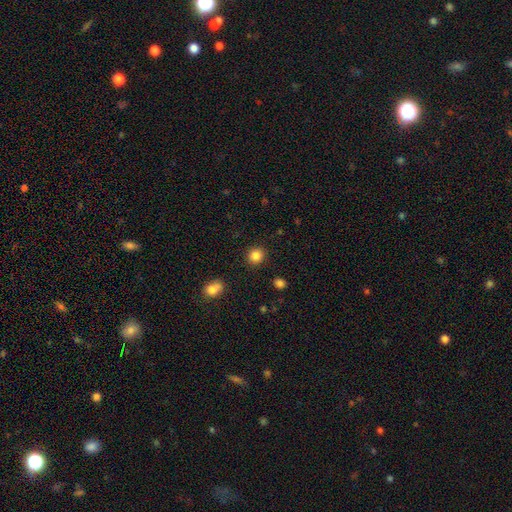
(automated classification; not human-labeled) The model was most divided on "smooth or featured": smooth: 85%, star or artifact: 11%, featured or disk: 5%. More confident: merging — none (91%); how rounded — round (89%).